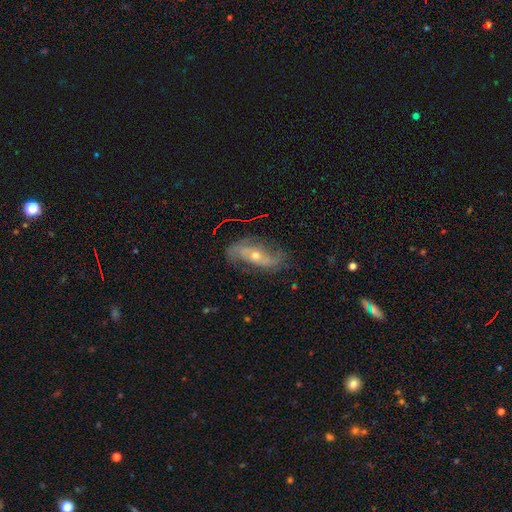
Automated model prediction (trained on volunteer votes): A featured or disk galaxy (79%) with no bar (57%), 2 (81%) loose (42%) spiral arms (88%) and a small central bulge (49%). Merging: none (69%).